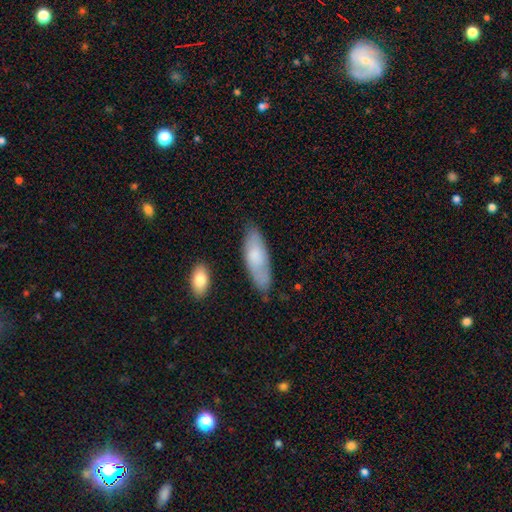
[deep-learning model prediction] Overall: smooth (71%). How rounded: in between (66%; cigar-shaped 32%). Merging: none (69%).